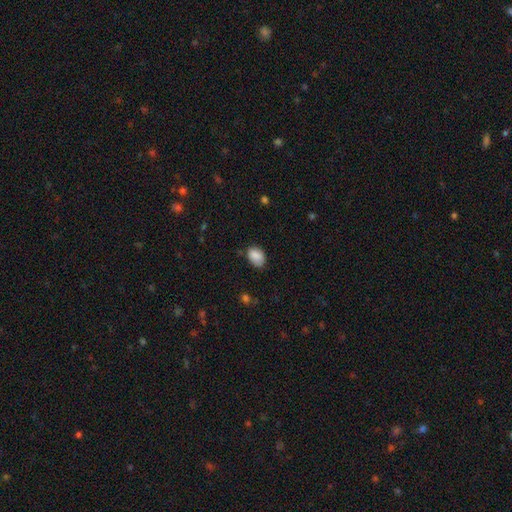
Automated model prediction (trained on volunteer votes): smooth_or_featured: smooth (p=0.87) [alt: star or artifact p=0.08]
how_rounded: in between (p=0.83) [alt: round p=0.15]
merging: none (p=0.68) [alt: minor disturbance p=0.25]